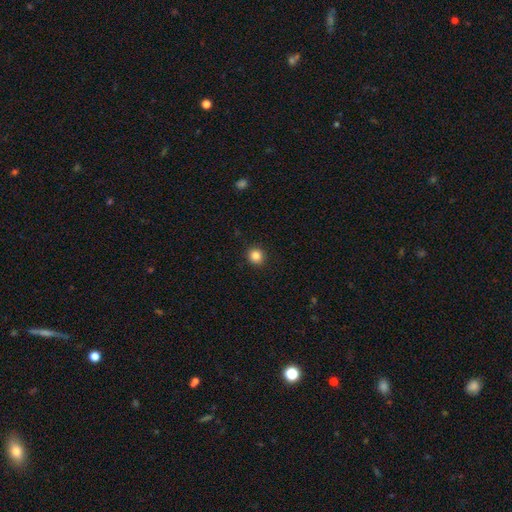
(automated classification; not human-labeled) Smooth or featured? smooth (85%)
How rounded? round (90%)
Merging? none (92%)